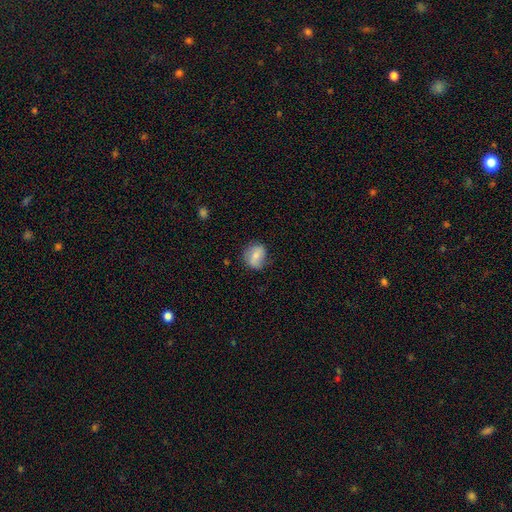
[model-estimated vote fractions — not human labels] This appears to be a smooth galaxy with no disk features (65%) that is round (62%). Merging: none (70%).